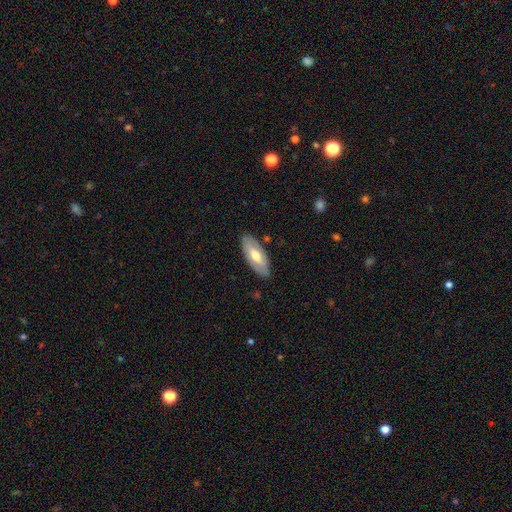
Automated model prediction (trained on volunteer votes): A smooth galaxy with no disk features (52%) that is in between round and cigar-shaped (86%). Merging: none (83%).